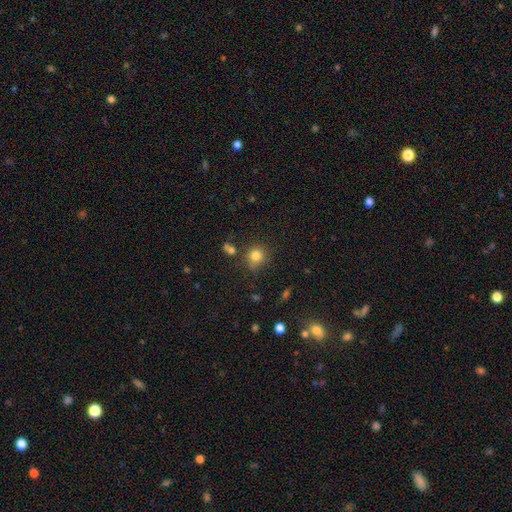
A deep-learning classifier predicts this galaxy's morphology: A smooth galaxy with no disk features (80%) that is round (86%).

Vote fractions:
- Smooth or featured? smooth: 80% / star or artifact: 13% / featured or disk: 7%
- How rounded? round: 86% / in between: 13% / cigar-shaped: 1%
- Merging? none: 73% / minor disturbance: 14% / merger: 8% / major disturbance: 5%